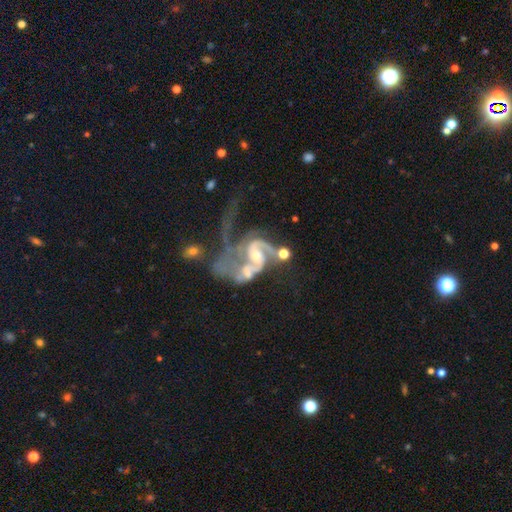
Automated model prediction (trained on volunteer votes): Morphology: type=featured or disk (88%); edge-on=no (98%); bar=no (45%); spiral arms=yes (93%); winding=medium (43%); arm count=2 (68%); bulge=moderate (48%); merging=merger (40%).